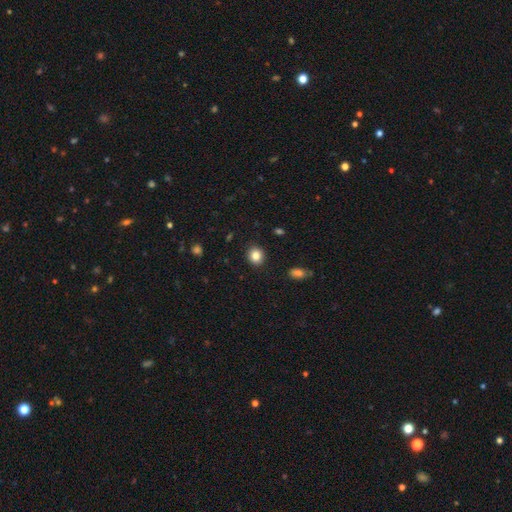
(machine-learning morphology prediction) Smooth or featured? smooth (84%)
How rounded? round (79%)
Merging? none (91%)